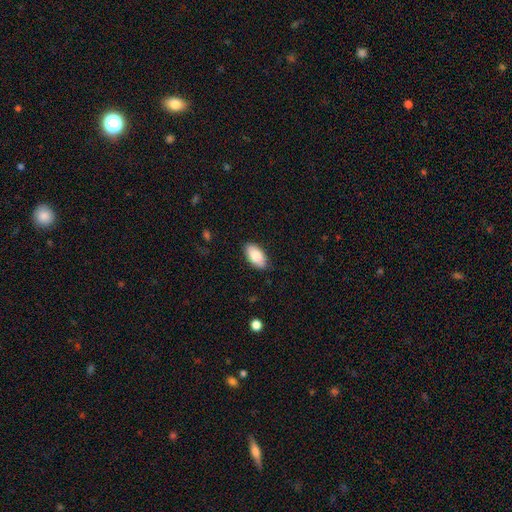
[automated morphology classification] Overall: smooth (84%). How rounded: in between (94%). Merging: none (86%).